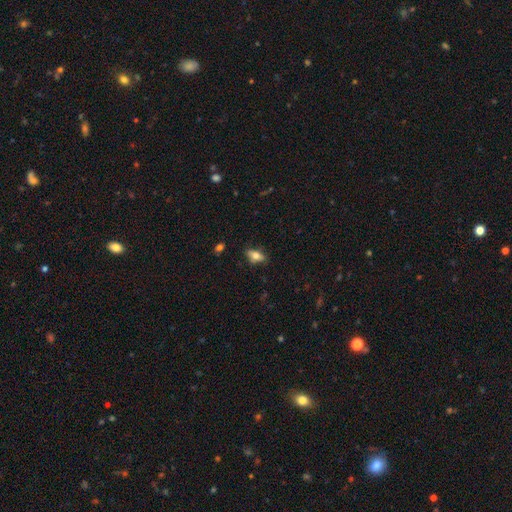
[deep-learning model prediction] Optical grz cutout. It shows a smooth galaxy with no disk features (62%) that is in between round and cigar-shaped (80%). Merging: none (77%).